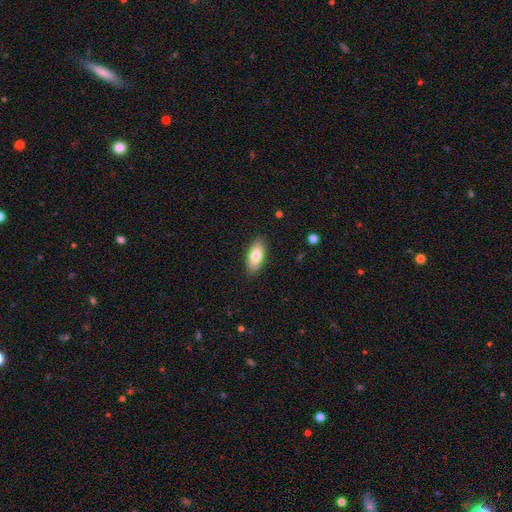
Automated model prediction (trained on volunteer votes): Smooth or featured? Predicted: smooth (p=0.78). How rounded? Predicted: in between (p=0.86). Merging? Predicted: none (p=0.89).